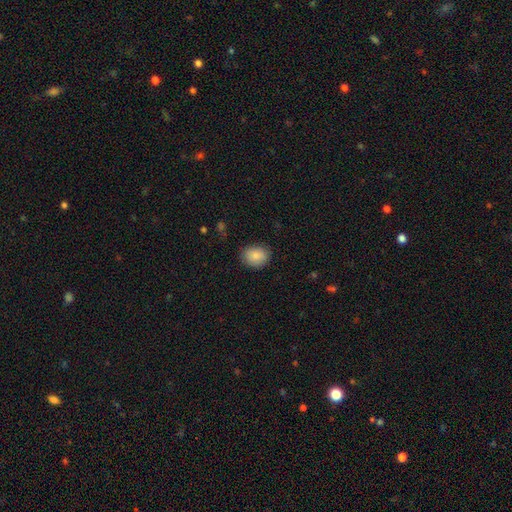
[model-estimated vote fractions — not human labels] Smooth or featured: smooth — 86% (star or artifact — 7%)
How rounded: in between — 51% (round — 48%)
Merging: none — 83% (minor disturbance — 13%)